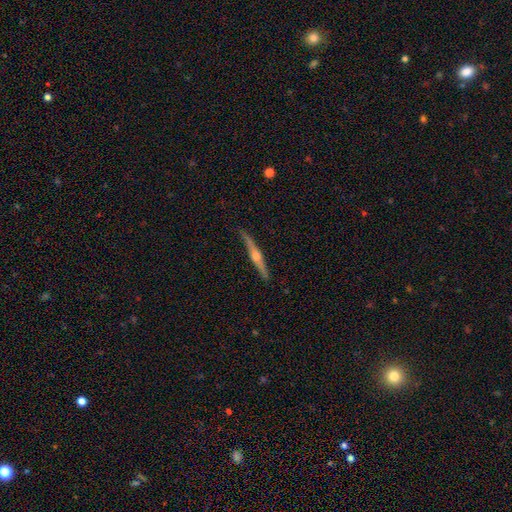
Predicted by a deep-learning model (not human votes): Overall: featured or disk (78%). Edge-on disk: yes (98%). Edge-on bulge: rounded (88%). Merging: none (88%).